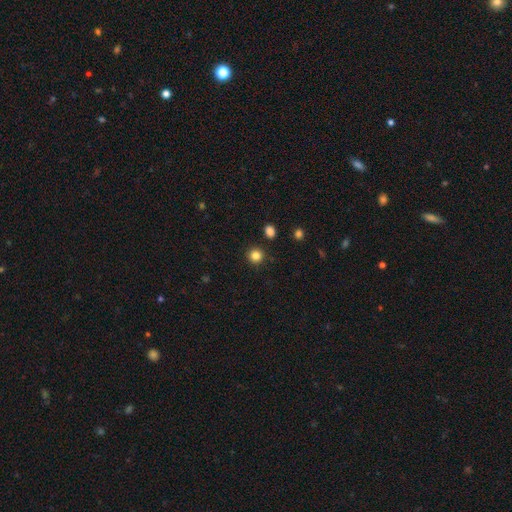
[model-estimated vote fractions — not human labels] Smooth or featured? smooth (84%)
How rounded? round (94%)
Merging? none (90%)